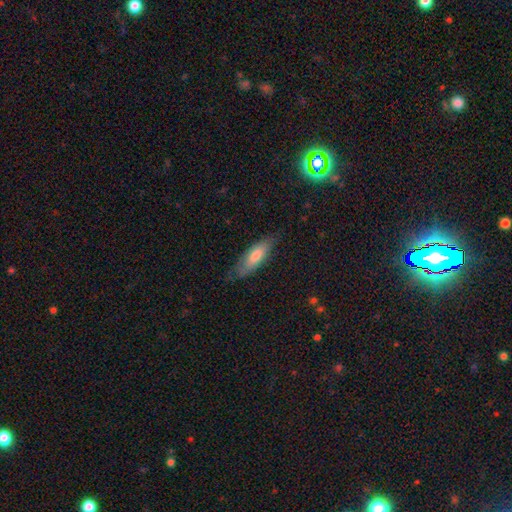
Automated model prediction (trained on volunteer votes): smooth_or_featured: smooth (p=0.64) [alt: featured or disk p=0.28]
how_rounded: cigar-shaped (p=0.50) [alt: in between p=0.48]
merging: none (p=0.73) [alt: minor disturbance p=0.21]